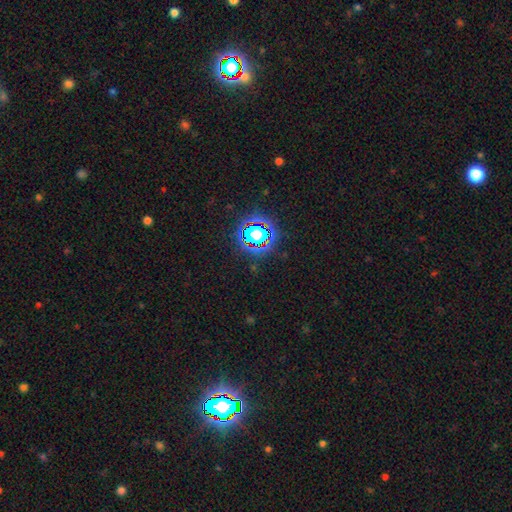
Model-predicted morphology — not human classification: smooth-or-featured: star or artifact: 81% | smooth: 11% | featured or disk: 7%